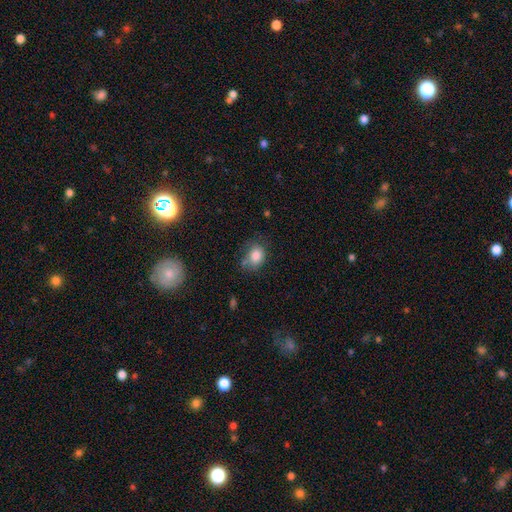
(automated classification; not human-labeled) smooth_or_featured: smooth (p=0.83) [alt: star or artifact p=0.09]
how_rounded: in between (p=0.58) [alt: round p=0.41]
merging: none (p=0.58) [alt: minor disturbance p=0.26]